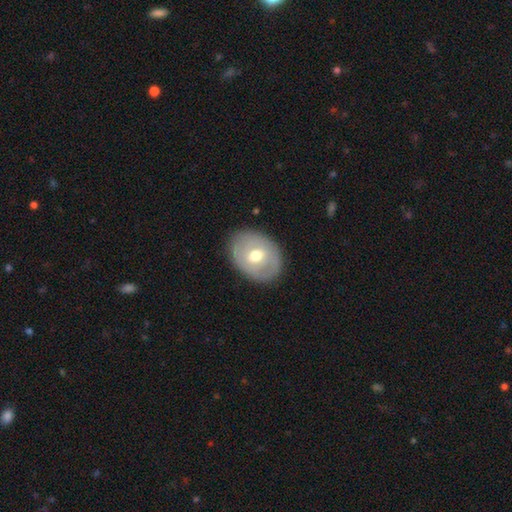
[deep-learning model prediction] Q: Smooth or featured?
A: featured or disk (48%); runner-up: smooth (46%)
Q: Merging?
A: none (84%); runner-up: minor disturbance (12%)